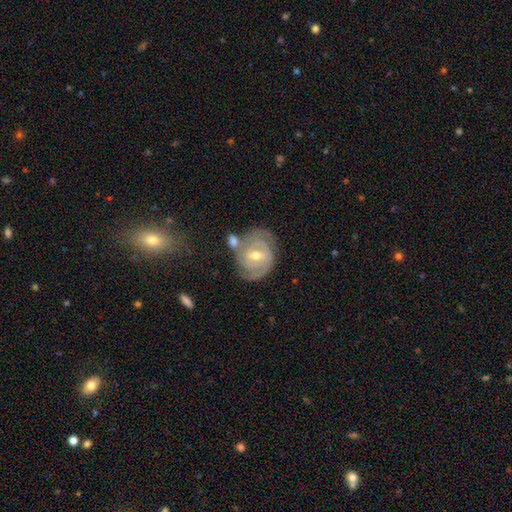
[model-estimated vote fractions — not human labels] This appears to be a featured or disk galaxy (82%) with a weak bar (54%), 2 (49%) tight (65%) spiral arms (93%) and a moderate central bulge (62%). Merging: none (62%).